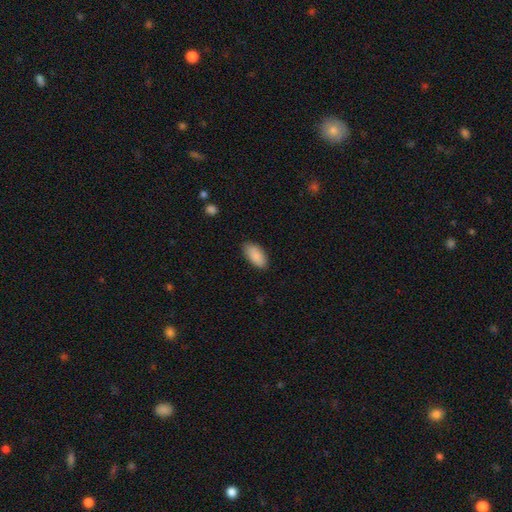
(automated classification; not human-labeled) Smooth or featured?
  - smooth: 89% *
  - star or artifact: 6%
  - featured or disk: 4%
How rounded?
  - in between: 92% *
  - cigar-shaped: 5%
  - round: 2%
Merging?
  - none: 85% *
  - minor disturbance: 12%
  - major disturbance: 2%
  - merger: 1%